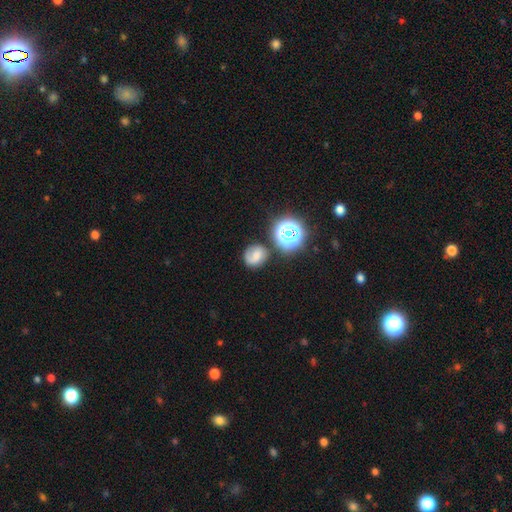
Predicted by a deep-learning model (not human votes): A smooth galaxy with no disk features (59%) that is round (77%). Merging: none (64%).